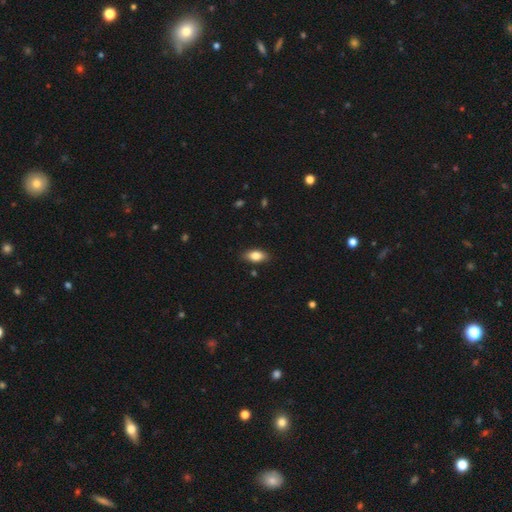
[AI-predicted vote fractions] Q: Smooth or featured?
A: smooth (82%); runner-up: featured or disk (11%)
Q: How rounded?
A: in between (88%); runner-up: cigar-shaped (8%)
Q: Merging?
A: none (85%); runner-up: minor disturbance (11%)